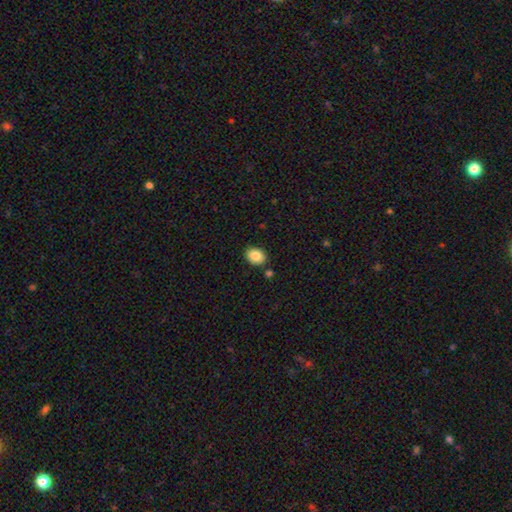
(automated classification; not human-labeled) This appears to be a smooth galaxy with no disk features (86%) that is in between round and cigar-shaped (65%). Merging: none (84%).